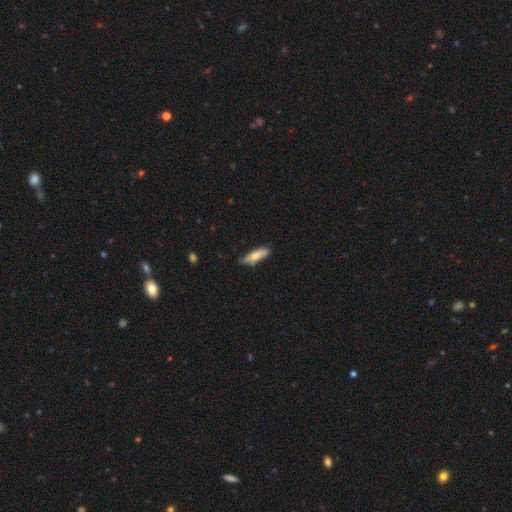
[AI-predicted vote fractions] Overall: smooth (67%). How rounded: cigar-shaped (56%; in between 42%). Merging: none (75%).